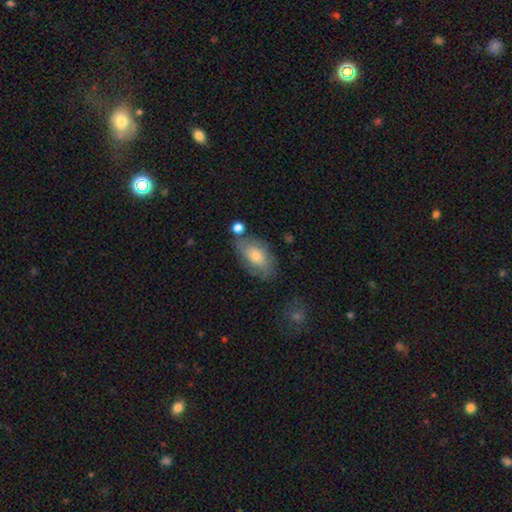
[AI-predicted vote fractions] The model was most divided on "smooth or featured": smooth: 66%, featured or disk: 26%, star or artifact: 8%. More confident: how rounded — in between (91%); merging — none (63%).